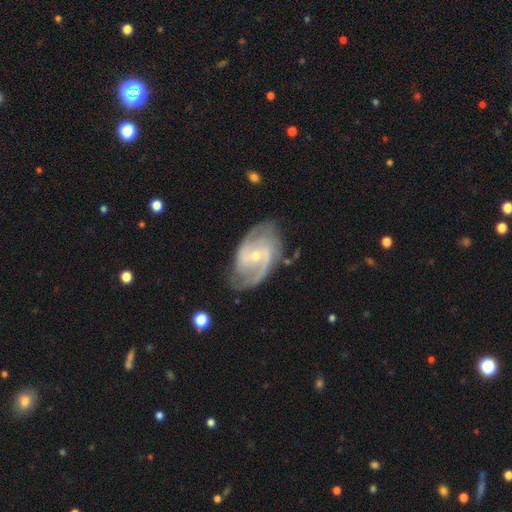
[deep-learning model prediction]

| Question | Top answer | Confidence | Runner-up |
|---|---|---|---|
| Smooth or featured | featured or disk | 88% | smooth (7%) |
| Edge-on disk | no | 97% | yes (3%) |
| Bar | no | 48% | weak (40%) |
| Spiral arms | yes | 97% | no (3%) |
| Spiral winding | medium | 49% | tight (36%) |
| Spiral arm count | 2 | 70% | 3 (12%) |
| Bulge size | small | 67% | moderate (30%) |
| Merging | none | 73% | minor disturbance (18%) |